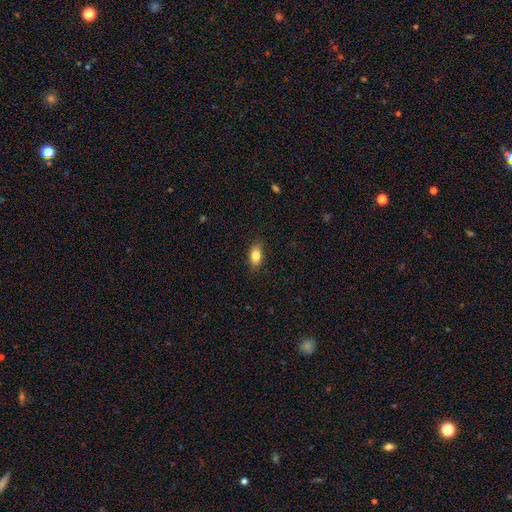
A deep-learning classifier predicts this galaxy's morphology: Overall: smooth (82%). How rounded: in between (86%). Merging: none (85%).